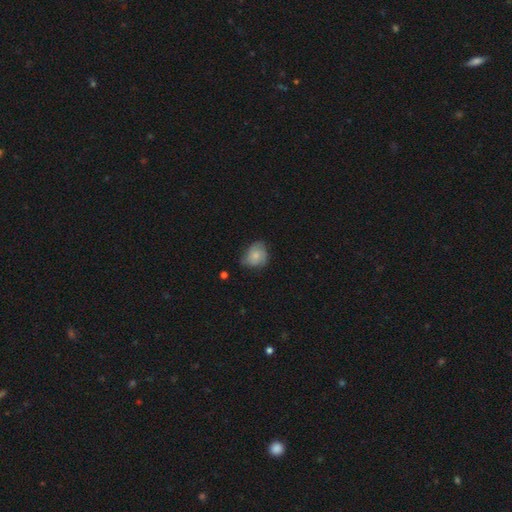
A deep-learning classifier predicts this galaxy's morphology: Overall: smooth (71%). How rounded: round (60%; in between 39%). Merging: none (51%; minor disturbance 38%).